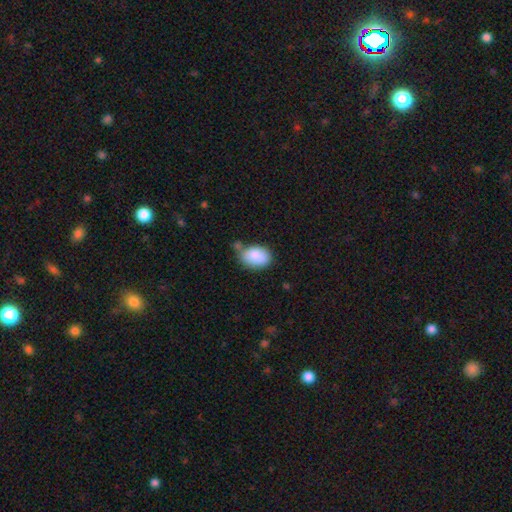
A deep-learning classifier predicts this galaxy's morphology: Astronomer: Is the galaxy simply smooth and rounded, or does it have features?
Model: smooth — 87%.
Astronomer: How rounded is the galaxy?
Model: in between — 84%.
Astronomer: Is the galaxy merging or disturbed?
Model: none — 55%.